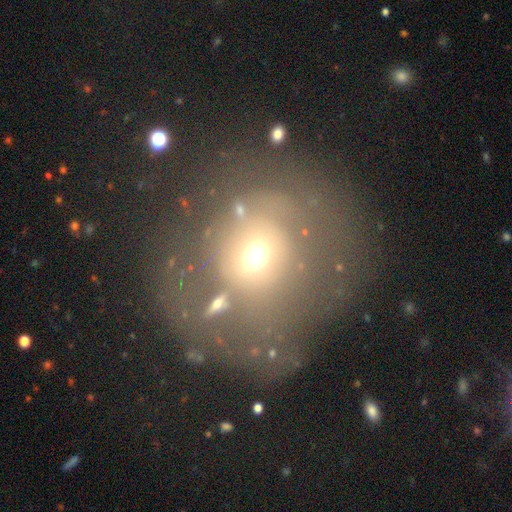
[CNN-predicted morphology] A smooth galaxy with no disk features (49%).

Vote fractions:
- Smooth or featured? smooth: 49% / featured or disk: 34% / star or artifact: 18%
- Merging? none: 53% / major disturbance: 21% / minor disturbance: 19% / merger: 7%